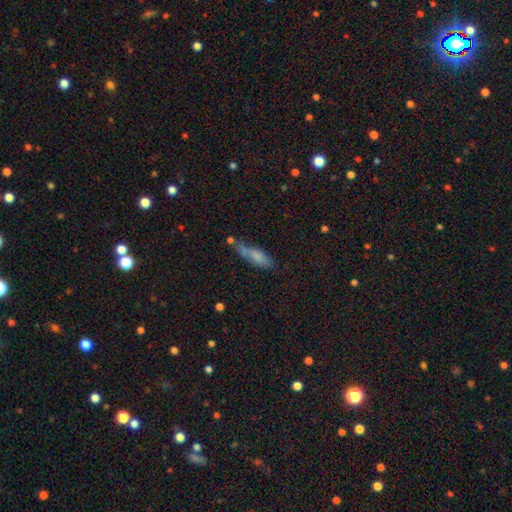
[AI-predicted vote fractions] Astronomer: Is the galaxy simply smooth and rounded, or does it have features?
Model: smooth — 68%.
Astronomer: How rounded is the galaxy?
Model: cigar-shaped — 60% (runner-up: in between, 38%).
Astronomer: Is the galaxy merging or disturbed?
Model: none — 47% (runner-up: minor disturbance, 30%).